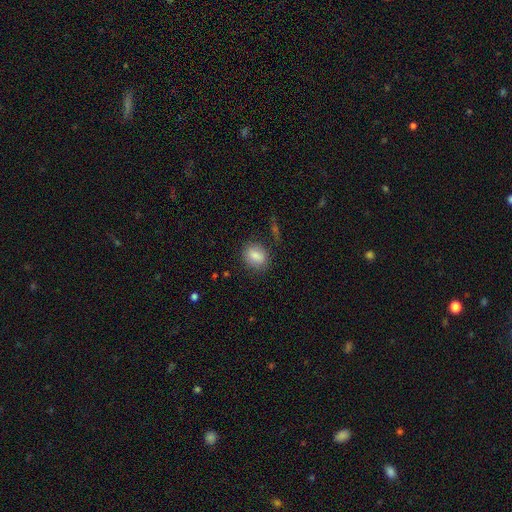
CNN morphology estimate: The model was most divided on "how rounded": in between: 59%, round: 39%, cigar-shaped: 2%. More confident: smooth or featured — smooth (84%); merging — none (80%).